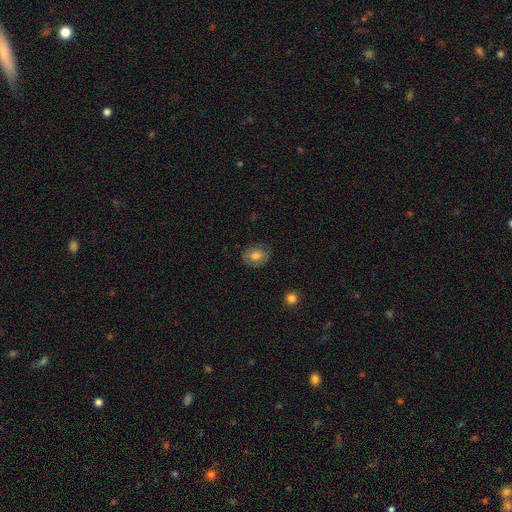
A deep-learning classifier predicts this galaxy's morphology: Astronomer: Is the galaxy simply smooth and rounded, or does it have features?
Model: smooth — 76%.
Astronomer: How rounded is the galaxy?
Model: in between — 58% (runner-up: round, 41%).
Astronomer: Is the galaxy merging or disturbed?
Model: none — 80%.